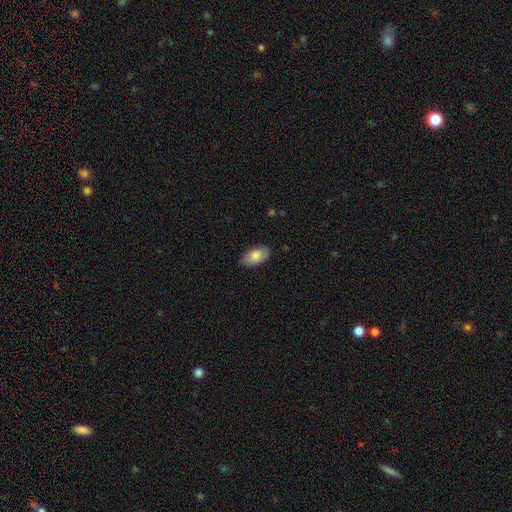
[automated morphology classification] type=smooth (84%); roundness=in between (94%); merging=none (82%).